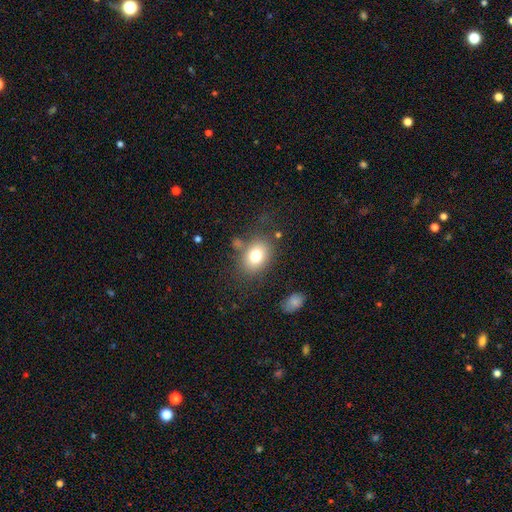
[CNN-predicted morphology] Smooth or featured: smooth — 75% (featured or disk — 14%)
How rounded: in between — 68% (round — 31%)
Merging: none — 72% (minor disturbance — 15%)